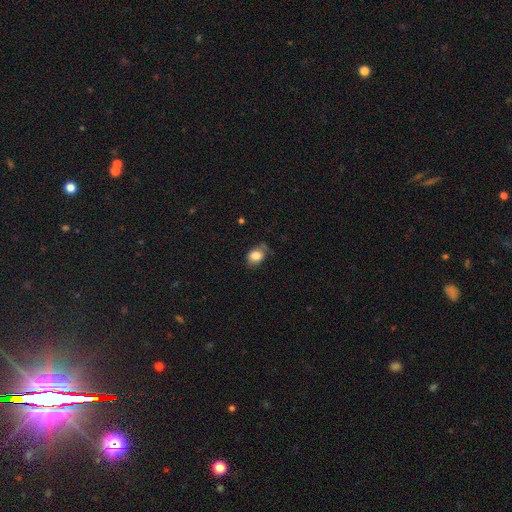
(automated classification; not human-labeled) A smooth galaxy with no disk features (82%) that is in between round and cigar-shaped (62%). Merging: none (60%).